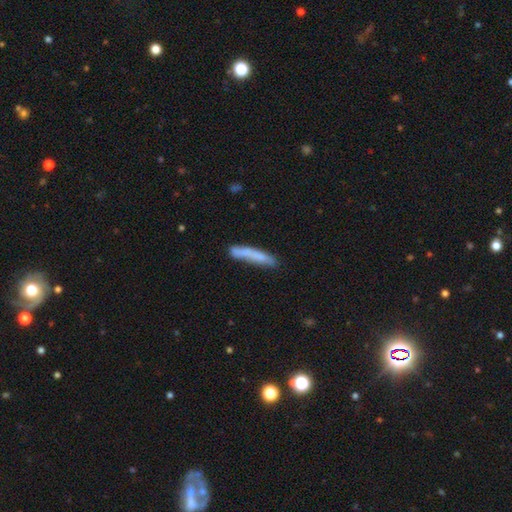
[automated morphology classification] Smooth or featured: smooth — 68% (featured or disk — 25%)
How rounded: cigar-shaped — 92% (in between — 7%)
Merging: none — 67% (minor disturbance — 20%)